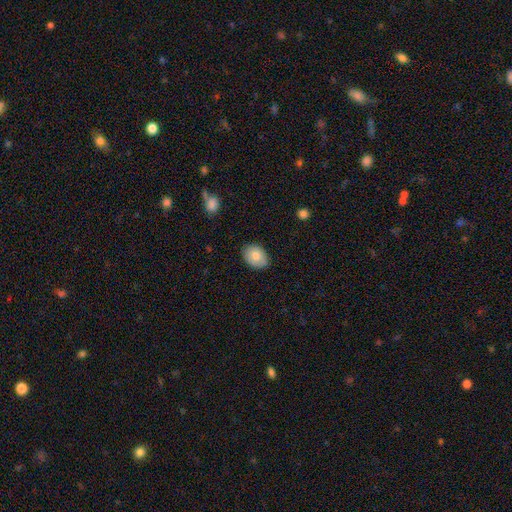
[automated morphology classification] type=smooth (75%); roundness=in between (72%); merging=none (82%).